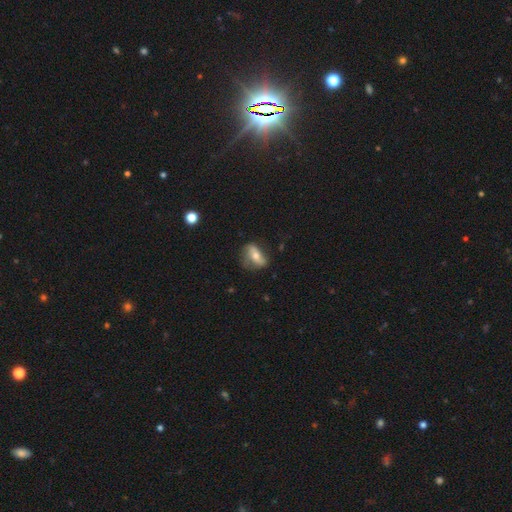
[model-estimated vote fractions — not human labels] smooth_or_featured: featured or disk (p=0.51) [alt: smooth p=0.41]
disk_edge_on: no (p=0.85) [alt: yes p=0.15]
merging: none (p=0.59) [alt: minor disturbance p=0.26]